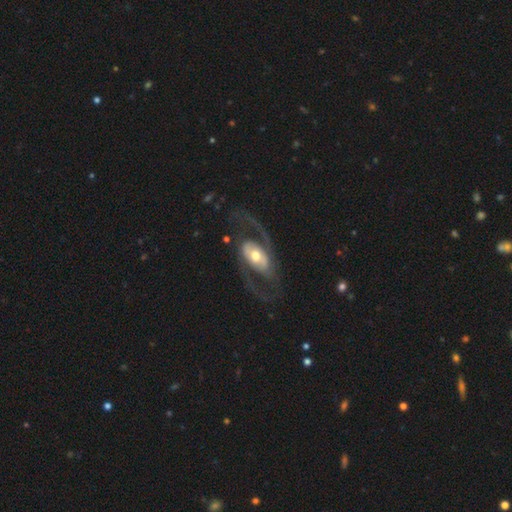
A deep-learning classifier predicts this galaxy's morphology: Smooth or featured: featured or disk — 84% (smooth — 12%)
Edge-on disk: no — 94% (yes — 6%)
Bar: no — 46% (weak — 33%)
Spiral arms: yes — 85% (no — 15%)
Spiral winding: medium — 45% (loose — 42%)
Spiral arm count: 2 — 89% (can't tell — 4%)
Bulge size: moderate — 68% (large — 16%)
Merging: none — 67% (major disturbance — 19%)